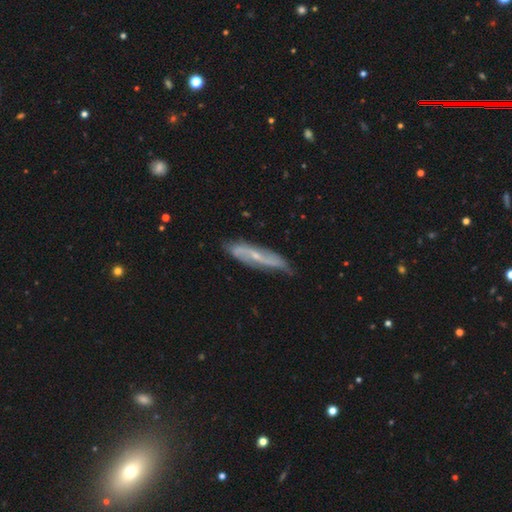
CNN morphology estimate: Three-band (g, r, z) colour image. It shows a featured or disk galaxy (69%). Merging: none (75%).